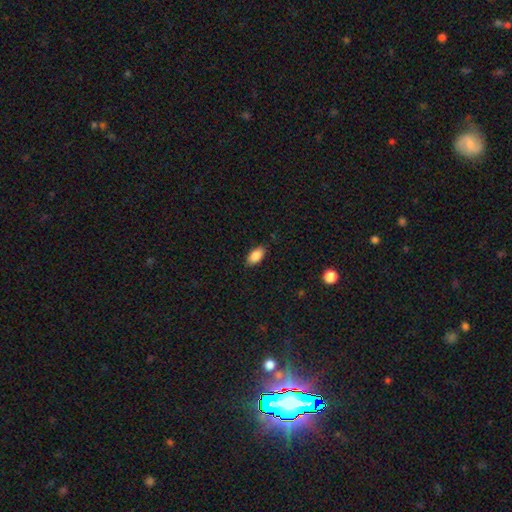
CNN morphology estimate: smooth-or-featured: smooth: 88% | star or artifact: 7% | featured or disk: 5%
  how-rounded: in between: 93% | round: 4% | cigar-shaped: 3%
  merging: none: 84% | minor disturbance: 13% | major disturbance: 3% | merger: 1%